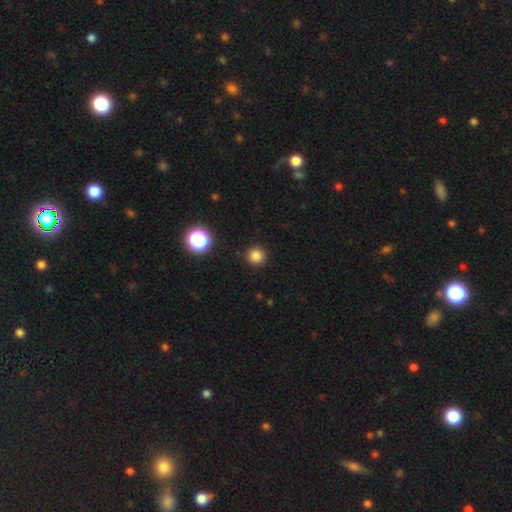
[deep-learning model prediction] Smooth or featured? Predicted: smooth (p=0.82). How rounded? Predicted: round (p=0.94). Merging? Predicted: none (p=0.92).